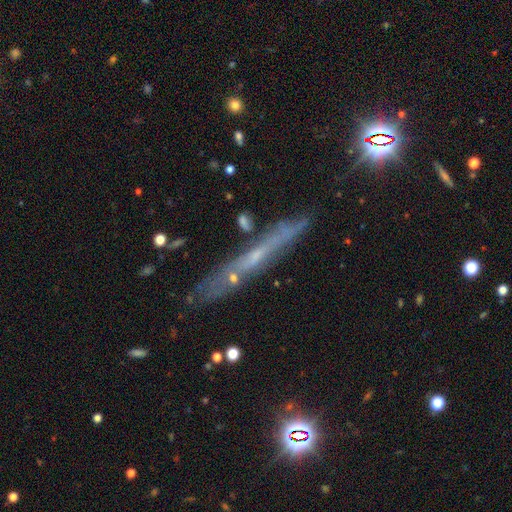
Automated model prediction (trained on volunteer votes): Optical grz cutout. It shows a featured or disk galaxy (55%) viewed edge-on (85%). Merging: none (77%).